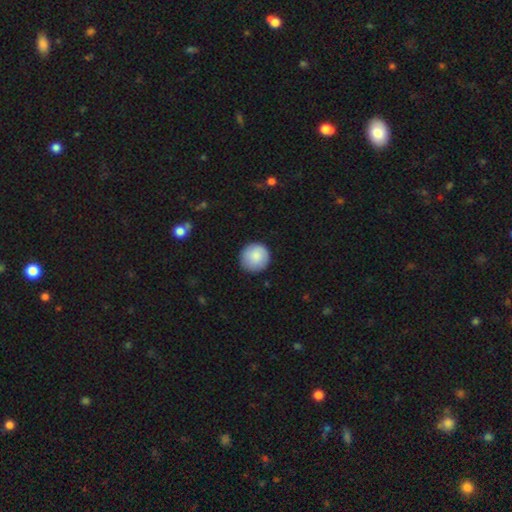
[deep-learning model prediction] This is clearly a smooth galaxy (87%). How rounded: clearly round (95%). Merging: clearly none (88%).